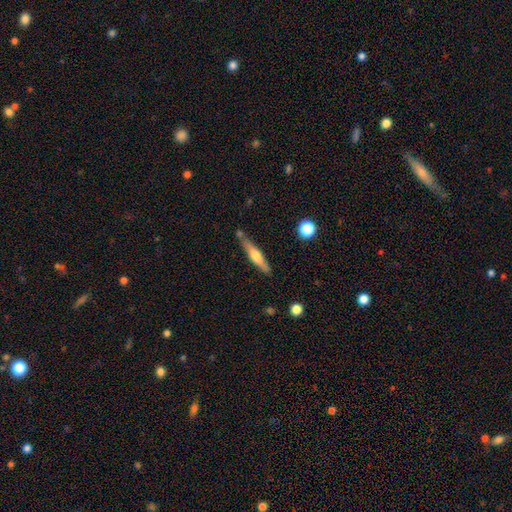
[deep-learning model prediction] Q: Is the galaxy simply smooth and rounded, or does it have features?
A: featured or disk — 47%, tied with smooth.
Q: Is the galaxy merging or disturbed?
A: none — 77%.